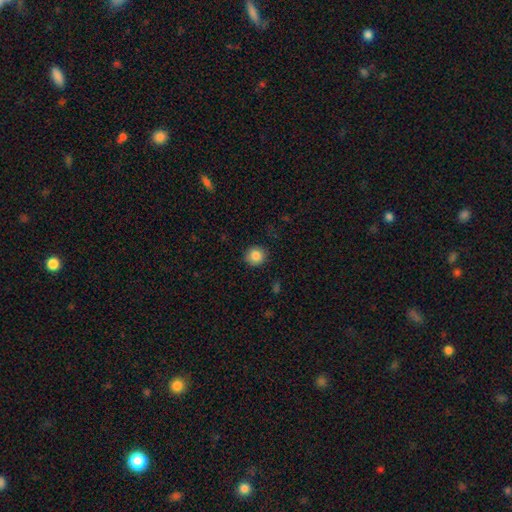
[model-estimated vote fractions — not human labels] The model was most divided on "smooth or featured": smooth: 85%, star or artifact: 9%, featured or disk: 5%. More confident: how rounded — round (90%); merging — none (89%).